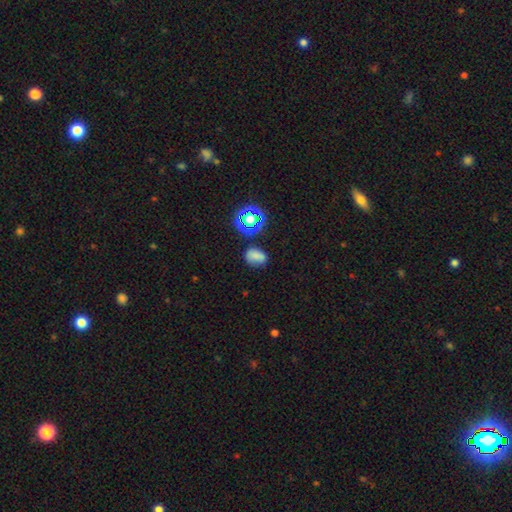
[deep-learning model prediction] Morphology: type=smooth (68%); roundness=in between (61%); merging=none (67%).